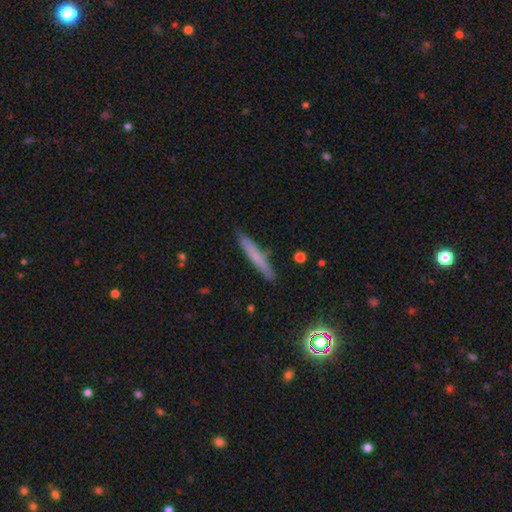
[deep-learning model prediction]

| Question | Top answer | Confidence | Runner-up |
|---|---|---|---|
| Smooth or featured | smooth | 69% | featured or disk (23%) |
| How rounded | cigar-shaped | 94% | in between (4%) |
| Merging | none | 87% | minor disturbance (10%) |